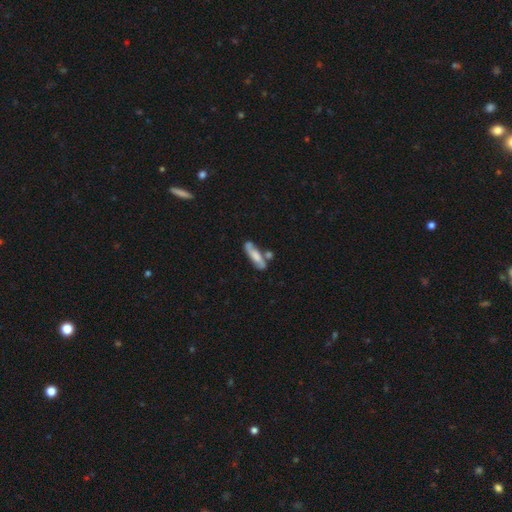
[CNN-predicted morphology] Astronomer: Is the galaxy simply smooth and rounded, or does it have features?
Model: smooth — 50% (runner-up: featured or disk, 43%).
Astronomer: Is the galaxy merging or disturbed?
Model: none — 55%.